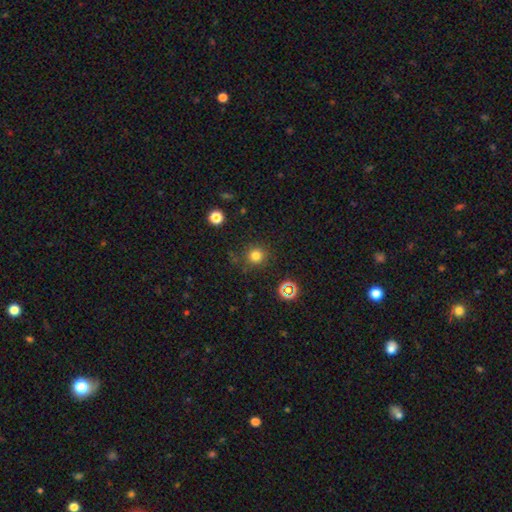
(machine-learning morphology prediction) smooth-or-featured: smooth: 77% | star or artifact: 17% | featured or disk: 6%
  how-rounded: round: 93% | in between: 6% | cigar-shaped: 1%
  merging: none: 84% | minor disturbance: 9% | major disturbance: 4% | merger: 3%